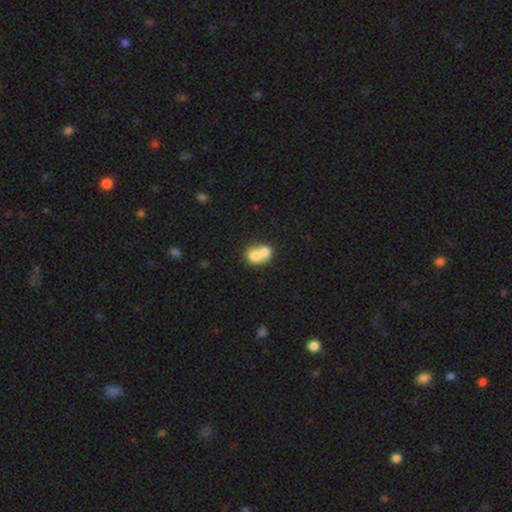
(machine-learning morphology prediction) Smooth or featured?
  - smooth: 71% *
  - featured or disk: 20%
  - star or artifact: 9%
How rounded?
  - round: 58% *
  - in between: 41%
  - cigar-shaped: 1%
Merging?
  - merger: 73% *
  - none: 19%
  - minor disturbance: 5%
  - major disturbance: 3%